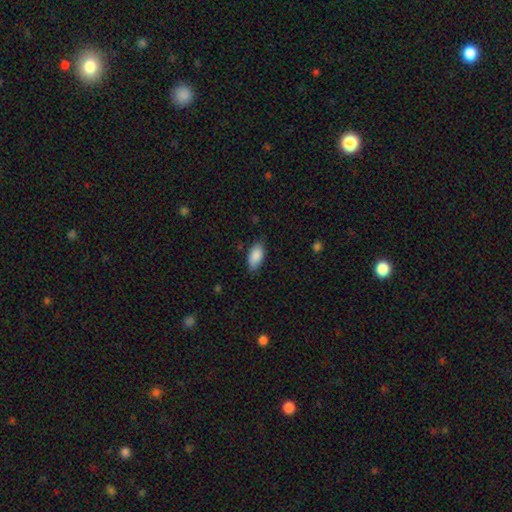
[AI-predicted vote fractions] This is clearly a smooth galaxy (88%). How rounded: clearly in between (92%). Merging: likely none (77%).